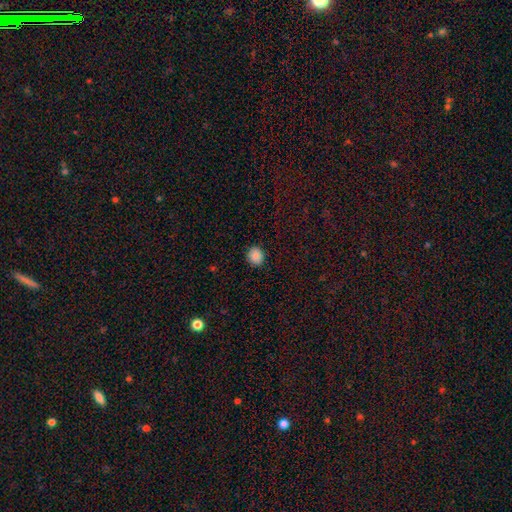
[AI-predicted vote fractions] smooth 87%, star or artifact 10%, featured or disk 3%. Down the decision tree: how rounded — round (71%); merging — none (88%).